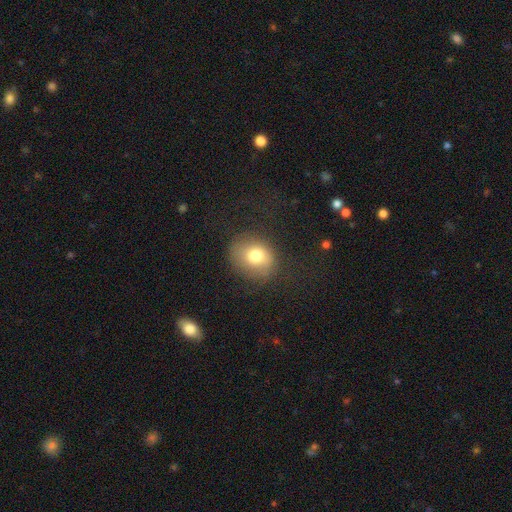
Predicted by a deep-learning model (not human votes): A smooth galaxy with no disk features (75%) that is round (63%).

Vote fractions:
- Smooth or featured? smooth: 75% / featured or disk: 14% / star or artifact: 11%
- How rounded? round: 63% / in between: 36% / cigar-shaped: 1%
- Merging? none: 71% / minor disturbance: 17% / major disturbance: 10% / merger: 1%